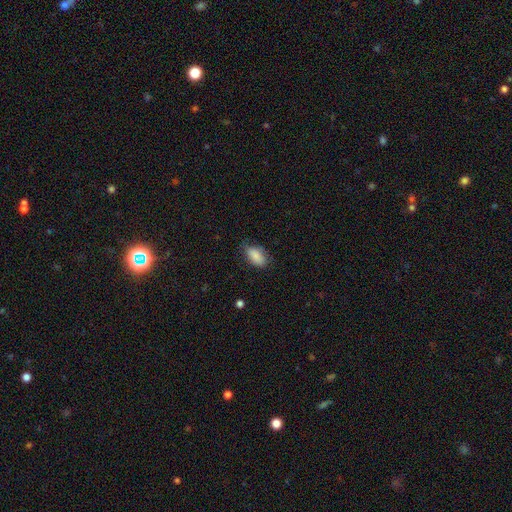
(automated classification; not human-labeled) A smooth galaxy with no disk features (86%) that is in between round and cigar-shaped (92%).

Vote fractions:
- Smooth or featured? smooth: 86% / star or artifact: 7% / featured or disk: 7%
- How rounded? in between: 92% / round: 5% / cigar-shaped: 3%
- Merging? none: 63% / minor disturbance: 29% / major disturbance: 7% / merger: 1%